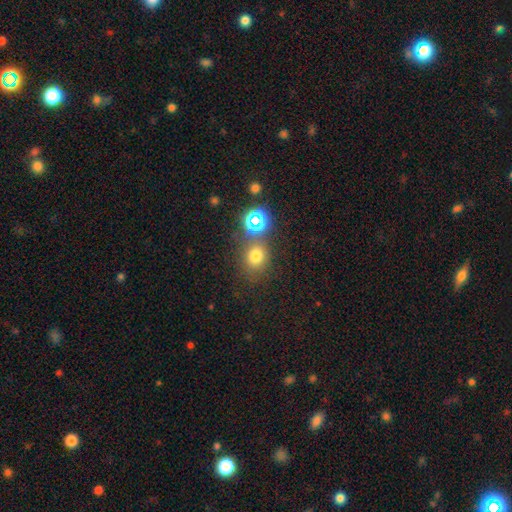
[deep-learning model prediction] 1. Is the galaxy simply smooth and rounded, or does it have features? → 69% smooth, 23% star or artifact, 8% featured or disk.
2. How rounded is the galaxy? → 70% round, 29% in between, 1% cigar-shaped.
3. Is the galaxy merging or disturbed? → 71% none, 13% merger, 11% minor disturbance, 5% major disturbance.